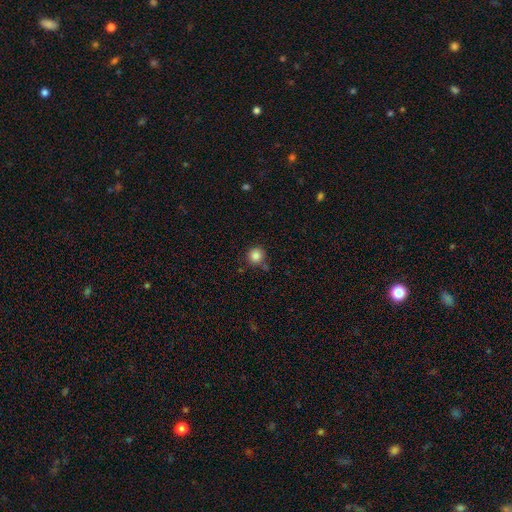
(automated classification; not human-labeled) Smooth or featured? smooth (85%)
How rounded? round (94%)
Merging? none (80%)